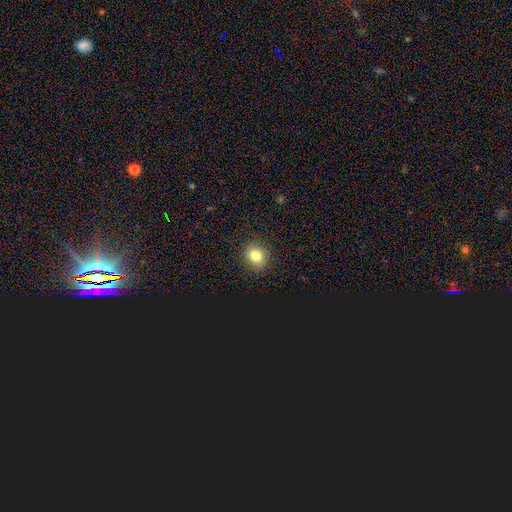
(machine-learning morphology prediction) smooth-or-featured: smooth: 80% | star or artifact: 14% | featured or disk: 7%
  how-rounded: round: 72% | in between: 27% | cigar-shaped: 1%
  merging: none: 90% | minor disturbance: 7% | major disturbance: 2% | merger: 1%